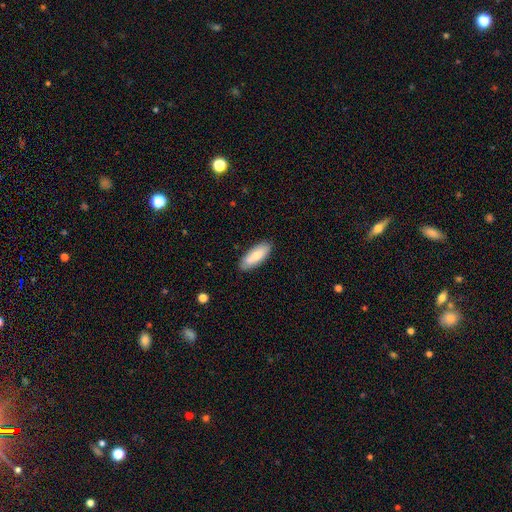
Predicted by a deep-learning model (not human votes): Smooth or featured: smooth — 79% (featured or disk — 15%)
How rounded: in between — 75% (cigar-shaped — 24%)
Merging: none — 86% (minor disturbance — 11%)